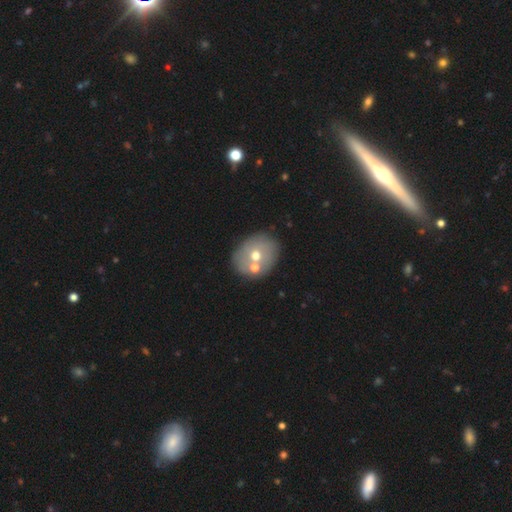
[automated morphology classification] This is possibly a smooth galaxy (58%). How rounded: possibly round (53%). Merging: likely none (65%).